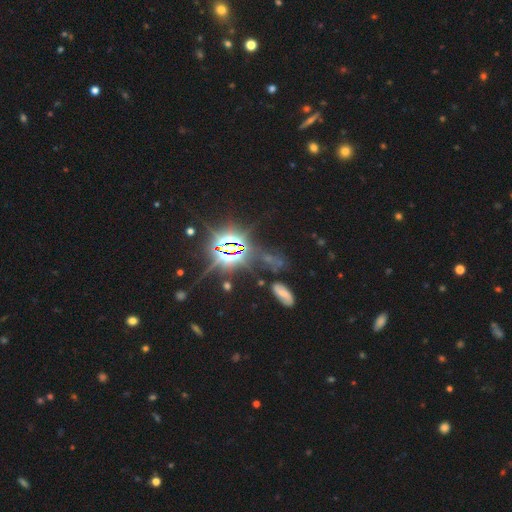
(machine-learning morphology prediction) smooth_or_featured: star or artifact (p=0.79) [alt: smooth p=0.13]